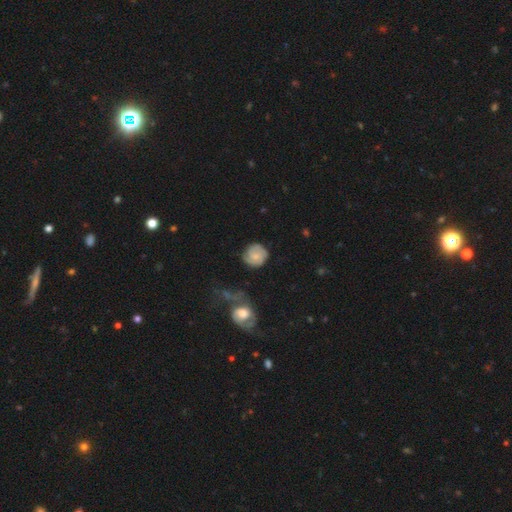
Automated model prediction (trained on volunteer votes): smooth_or_featured: smooth (p=0.50) [alt: featured or disk p=0.42]
how_rounded: round (p=0.85) [alt: in between p=0.14]
merging: none (p=0.70) [alt: minor disturbance p=0.20]